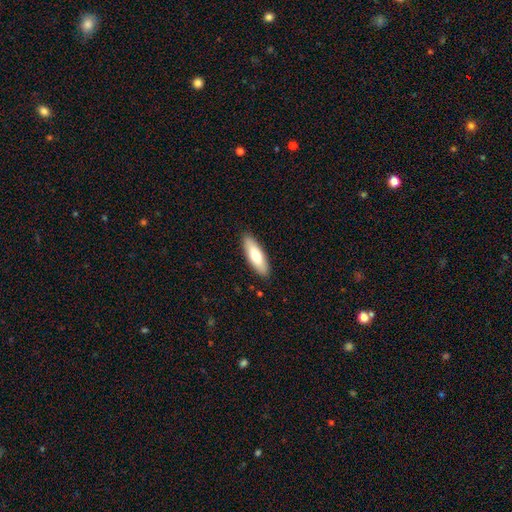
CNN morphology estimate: A smooth galaxy with no disk features (72%) that is in between round and cigar-shaped (51%).

Vote fractions:
- Smooth or featured? smooth: 72% / featured or disk: 22% / star or artifact: 5%
- How rounded? in between: 51% / cigar-shaped: 47% / round: 2%
- Merging? none: 89% / minor disturbance: 8% / major disturbance: 2% / merger: 1%